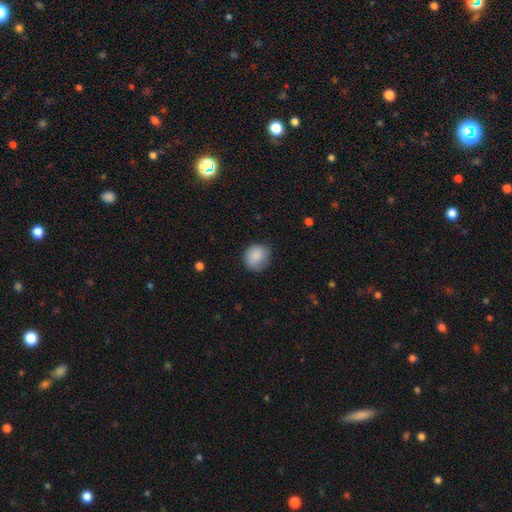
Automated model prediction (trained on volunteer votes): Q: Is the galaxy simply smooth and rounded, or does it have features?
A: smooth — 87%.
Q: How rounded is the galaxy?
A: round — 86%.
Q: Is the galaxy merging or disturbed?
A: none — 74%.